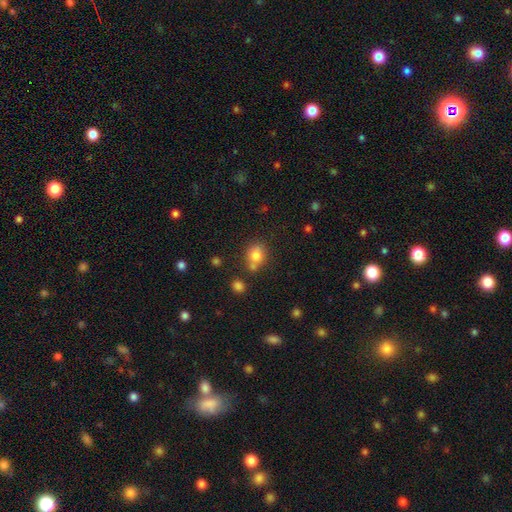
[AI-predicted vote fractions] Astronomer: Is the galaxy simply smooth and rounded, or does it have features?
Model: smooth — 78%.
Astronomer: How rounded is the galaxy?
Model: round — 63%.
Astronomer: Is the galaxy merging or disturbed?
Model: none — 63%.